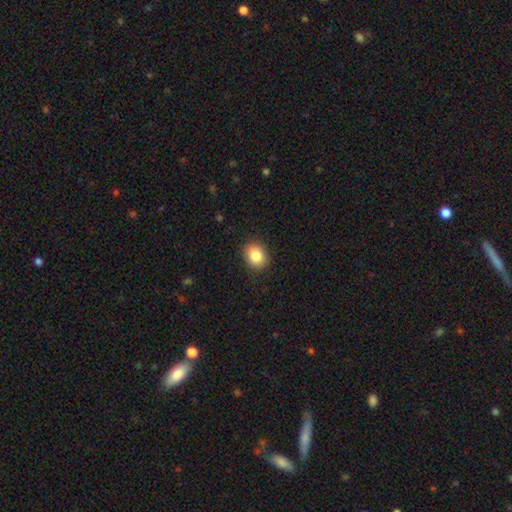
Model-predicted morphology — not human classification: A smooth galaxy with no disk features (86%) that is in between round and cigar-shaped (56%).

Vote fractions:
- Smooth or featured? smooth: 86% / star or artifact: 9% / featured or disk: 6%
- How rounded? in between: 56% / round: 43% / cigar-shaped: 1%
- Merging? none: 89% / minor disturbance: 8% / major disturbance: 2% / merger: 1%